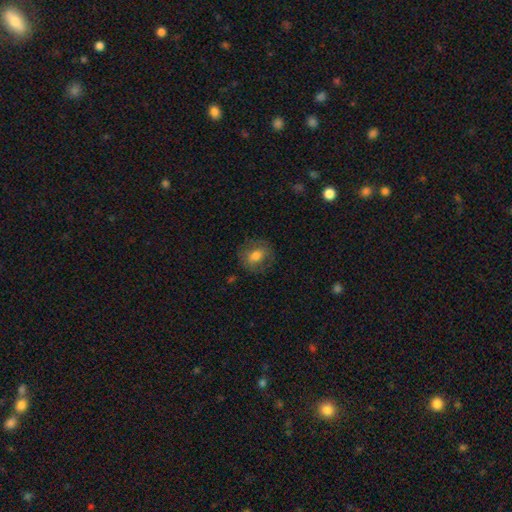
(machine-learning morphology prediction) type=smooth (68%); roundness=round (63%); merging=none (77%).